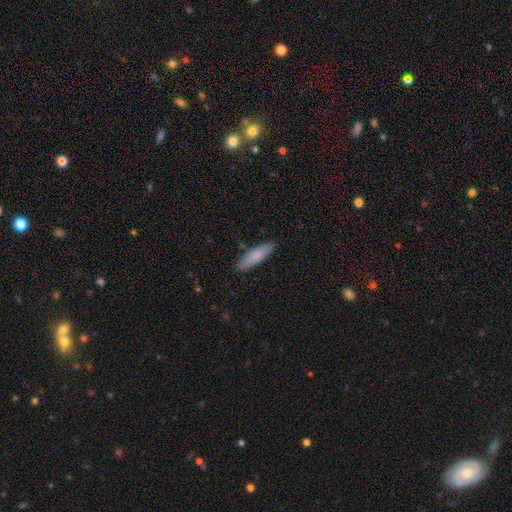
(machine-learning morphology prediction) Overall: smooth (82%). How rounded: cigar-shaped (60%; in between 39%). Merging: none (87%).